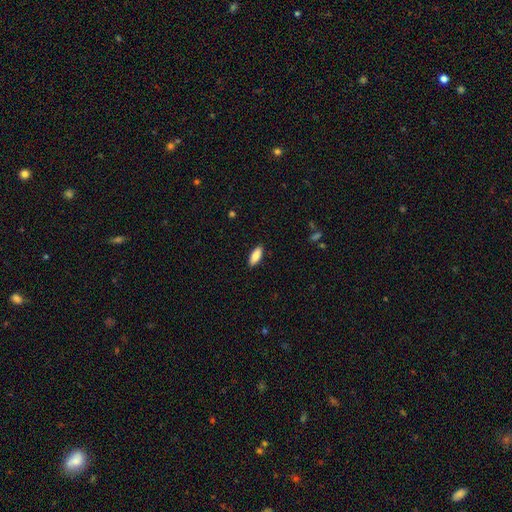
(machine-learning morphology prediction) A smooth galaxy with no disk features (86%) that is in between round and cigar-shaped (76%). Merging: none (89%).